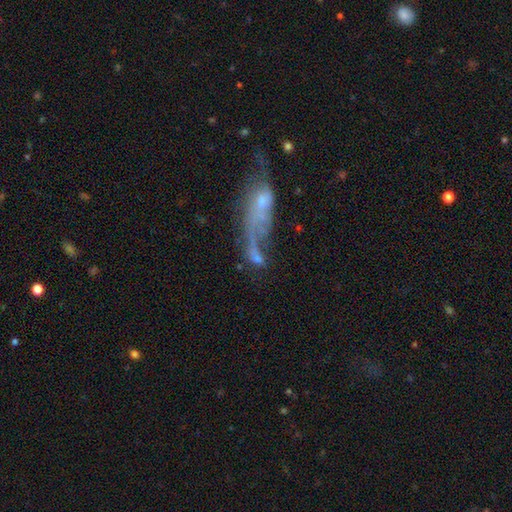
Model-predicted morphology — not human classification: Smooth or featured: featured or disk — 50% (smooth — 35%)
Merging: major disturbance — 35% (merger — 33%)